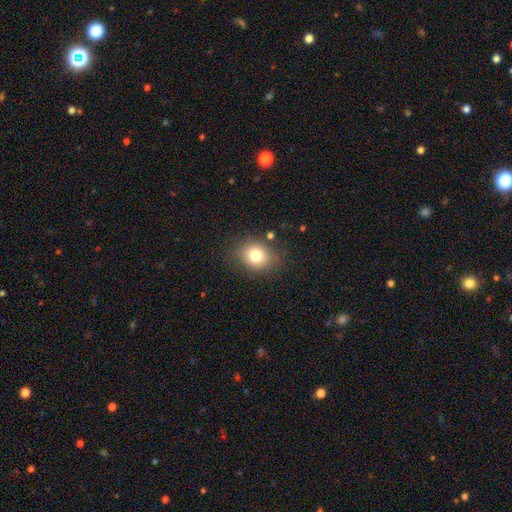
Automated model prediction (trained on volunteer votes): The model was most divided on "how rounded": round: 63%, in between: 36%, cigar-shaped: 1%. More confident: merging — none (81%); smooth or featured — smooth (78%).